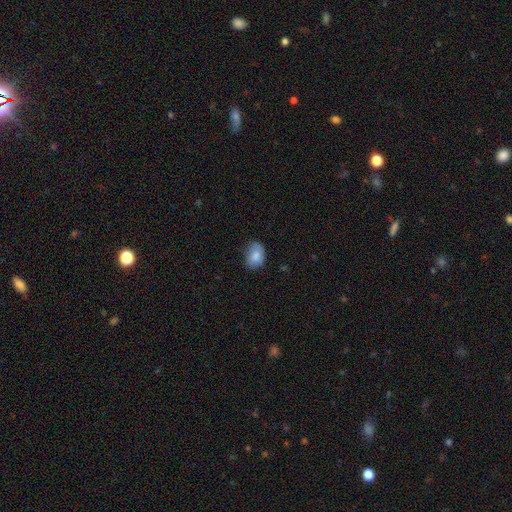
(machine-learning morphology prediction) Smooth or featured: smooth — 80% (featured or disk — 12%)
How rounded: in between — 68% (round — 31%)
Merging: none — 70% (minor disturbance — 24%)